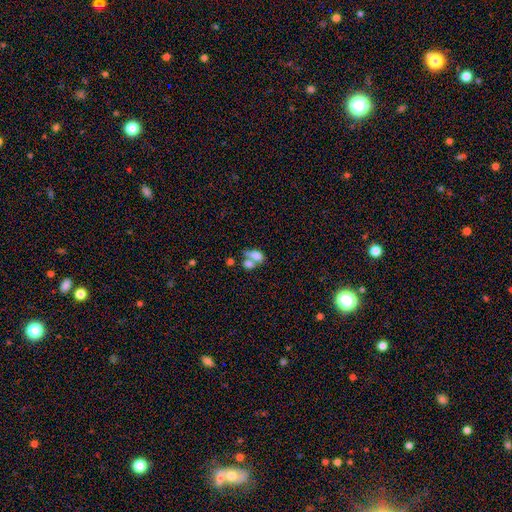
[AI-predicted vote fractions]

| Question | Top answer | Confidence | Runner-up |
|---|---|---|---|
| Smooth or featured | smooth | 71% | featured or disk (19%) |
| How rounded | in between | 83% | round (12%) |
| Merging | merger | 60% | none (24%) |